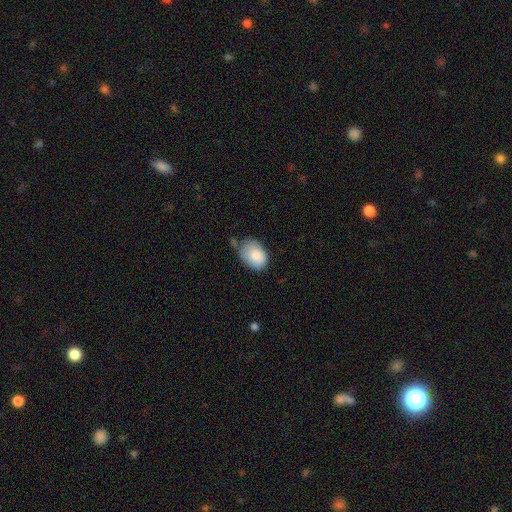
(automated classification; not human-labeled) smooth 82%, featured or disk 11%, star or artifact 7%. Down the decision tree: how rounded — in between (79%); merging — none (46%).